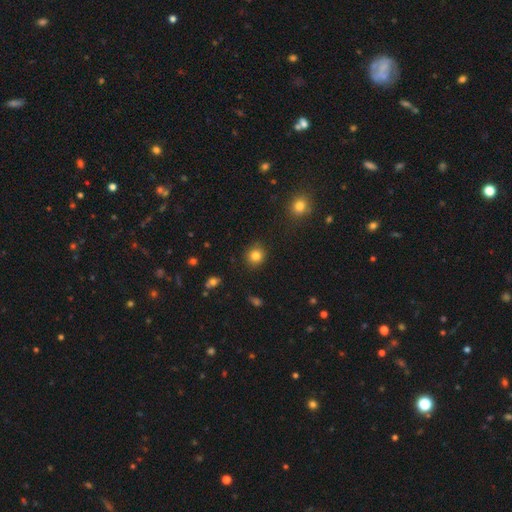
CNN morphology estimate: Overall: smooth (84%). How rounded: round (86%). Merging: none (88%).